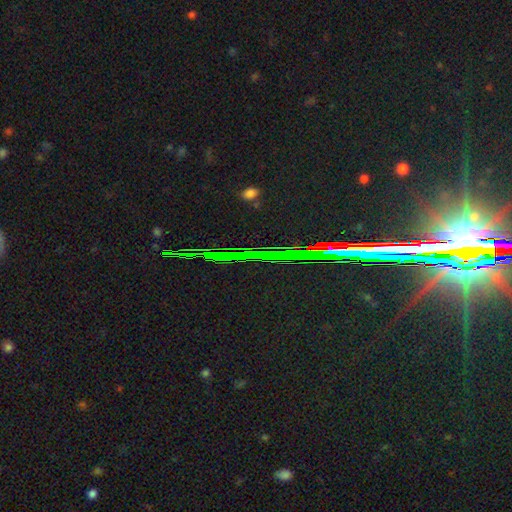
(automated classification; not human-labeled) Smooth or featured: star or artifact — 82% (featured or disk — 11%)